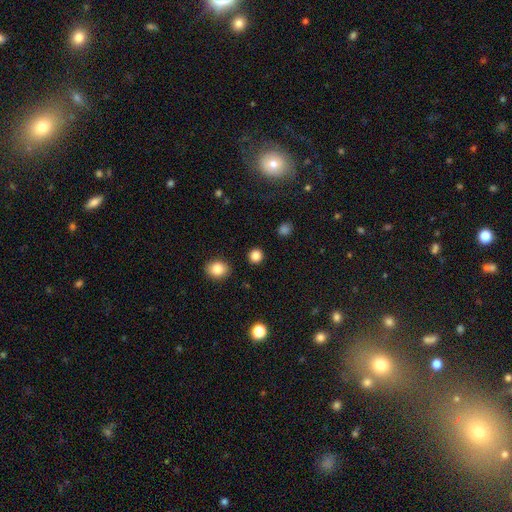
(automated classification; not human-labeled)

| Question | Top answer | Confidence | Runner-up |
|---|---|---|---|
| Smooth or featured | smooth | 85% | star or artifact (12%) |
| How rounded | round | 90% | in between (9%) |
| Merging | none | 90% | minor disturbance (6%) |